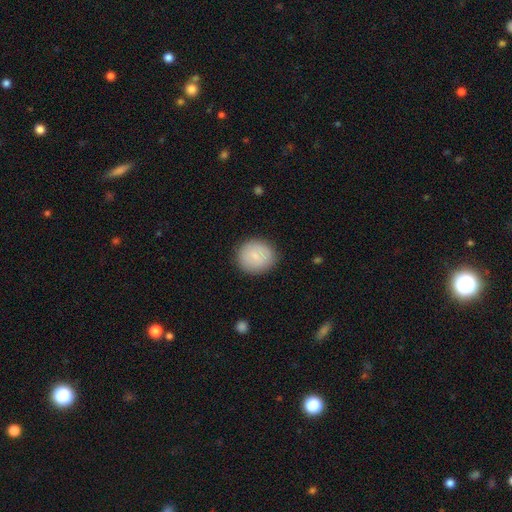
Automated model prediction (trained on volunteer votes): Q: Smooth or featured?
A: smooth (78%); runner-up: featured or disk (15%)
Q: How rounded?
A: round (83%); runner-up: in between (16%)
Q: Merging?
A: none (86%); runner-up: minor disturbance (10%)